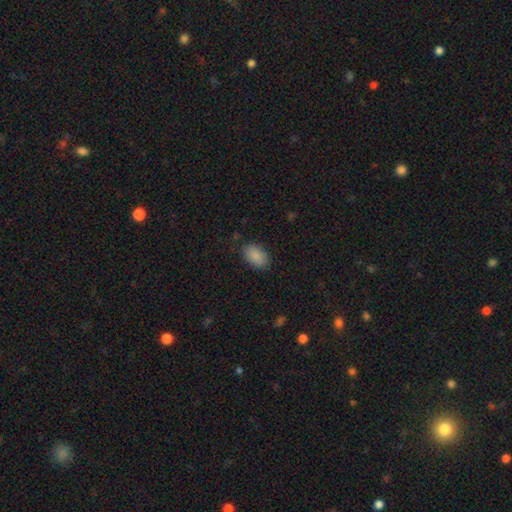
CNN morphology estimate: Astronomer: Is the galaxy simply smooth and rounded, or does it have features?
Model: smooth — 88%.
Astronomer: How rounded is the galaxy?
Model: in between — 90%.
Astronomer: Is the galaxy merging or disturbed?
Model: none — 84%.